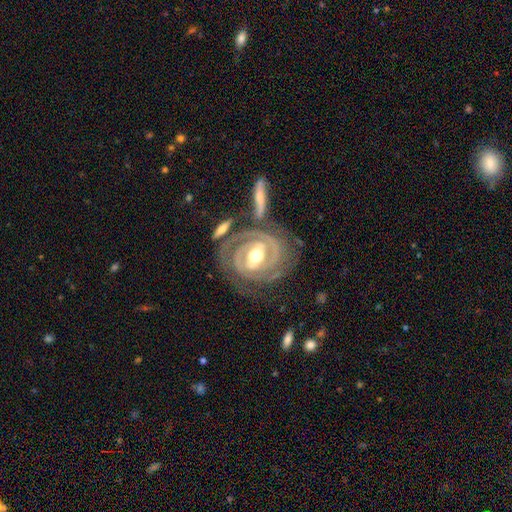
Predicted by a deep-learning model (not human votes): Smooth or featured? featured or disk (92%)
Edge-on disk? no (96%)
Bar? strong (46%)
Spiral arms? yes (97%)
Spiral winding? tight (74%)
Spiral arm count? 2 (75%)
Bulge size? moderate (75%)
Merging? none (65%)